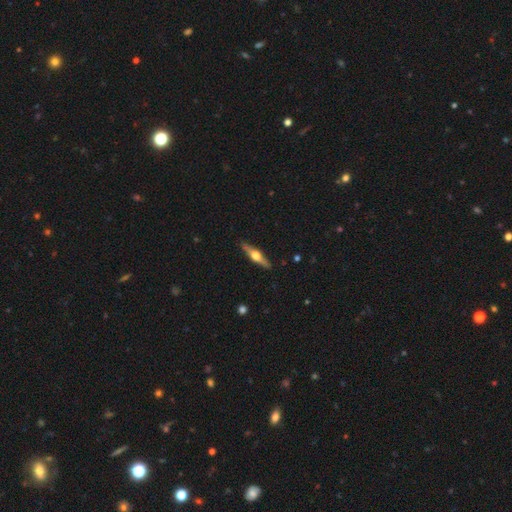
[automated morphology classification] Smooth or featured?
  - featured or disk: 71% *
  - smooth: 24%
  - star or artifact: 5%
Edge-on disk?
  - yes: 97% *
  - no: 3%
Edge-on bulge?
  - rounded: 95% *
  - boxy: 3%
  - none: 2%
Merging?
  - none: 90% *
  - minor disturbance: 7%
  - major disturbance: 2%
  - merger: 1%